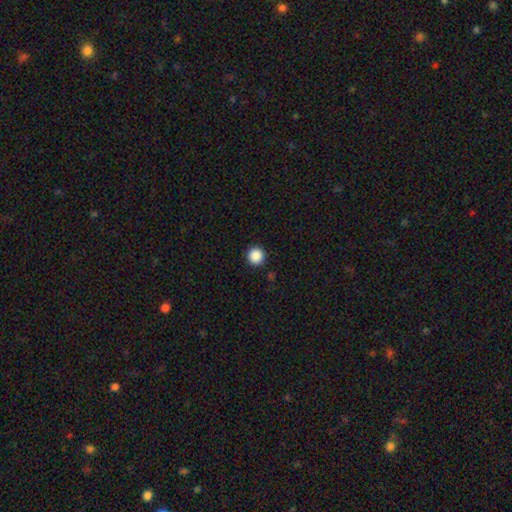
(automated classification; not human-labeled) Overall: smooth (88%). How rounded: round (95%). Merging: none (93%).